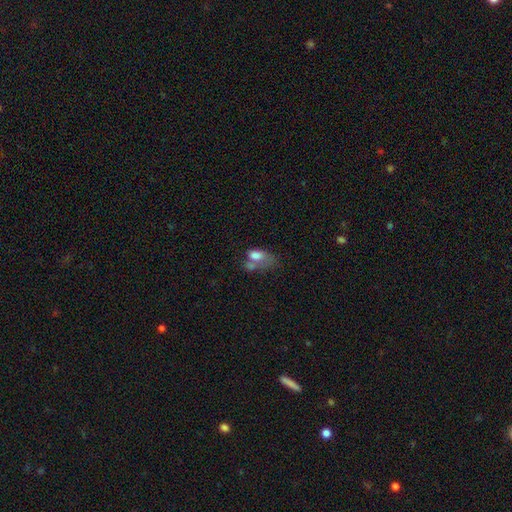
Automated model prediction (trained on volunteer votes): smooth 71%, featured or disk 20%, star or artifact 9%. Down the decision tree: how rounded — in between (87%); merging — merger (40%).